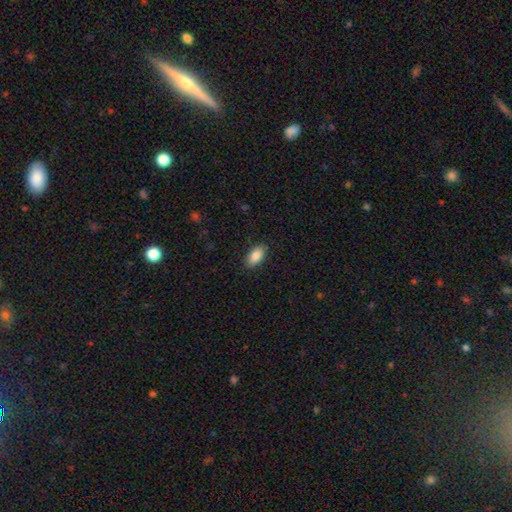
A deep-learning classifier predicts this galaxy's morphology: Overall: smooth (88%). How rounded: in between (92%). Merging: none (88%).